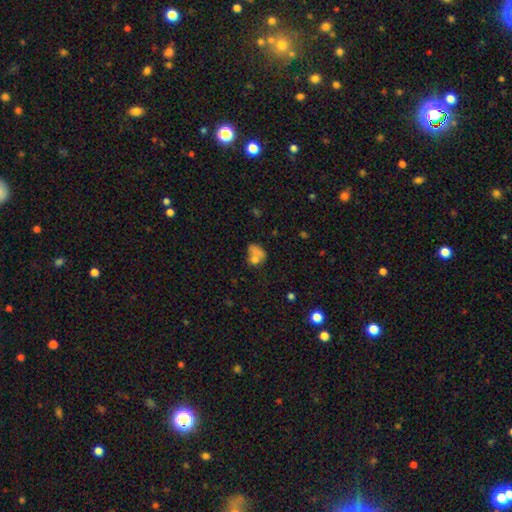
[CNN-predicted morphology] Overall: smooth (69%). How rounded: in between (59%; round 39%). Merging: merger (42%; none 30%).